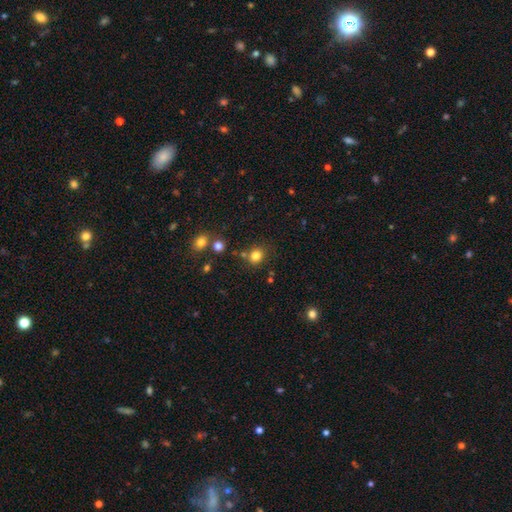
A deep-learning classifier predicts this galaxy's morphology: Smooth or featured?
  - smooth: 81% *
  - star or artifact: 14%
  - featured or disk: 5%
How rounded?
  - round: 78% *
  - in between: 22%
  - cigar-shaped: 1%
Merging?
  - none: 75% *
  - minor disturbance: 11%
  - merger: 10%
  - major disturbance: 4%